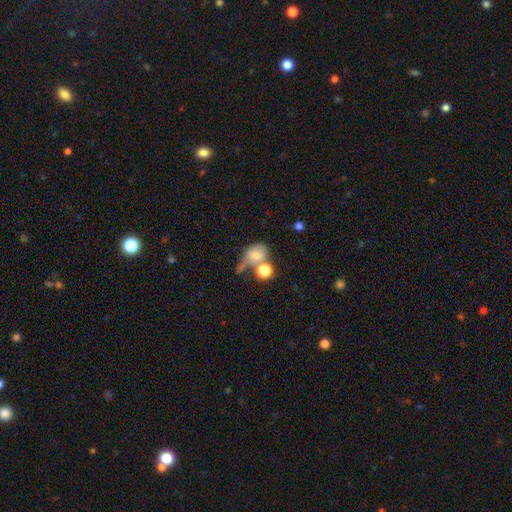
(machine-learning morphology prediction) smooth 71%, featured or disk 18%, star or artifact 11%. Down the decision tree: how rounded — in between (52%); merging — merger (41%).